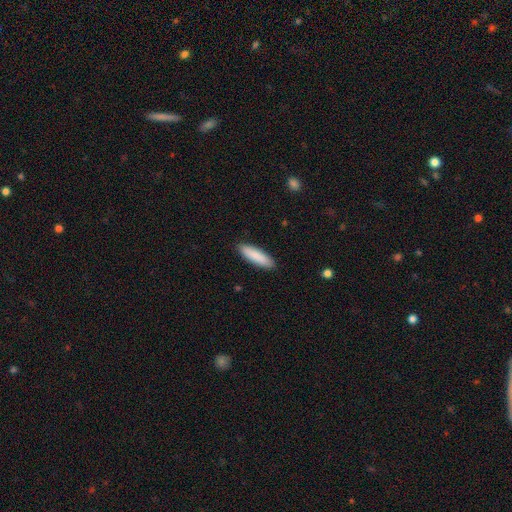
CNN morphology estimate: Smooth or featured: smooth — 88% (featured or disk — 6%)
How rounded: cigar-shaped — 63% (in between — 36%)
Merging: none — 90% (minor disturbance — 7%)